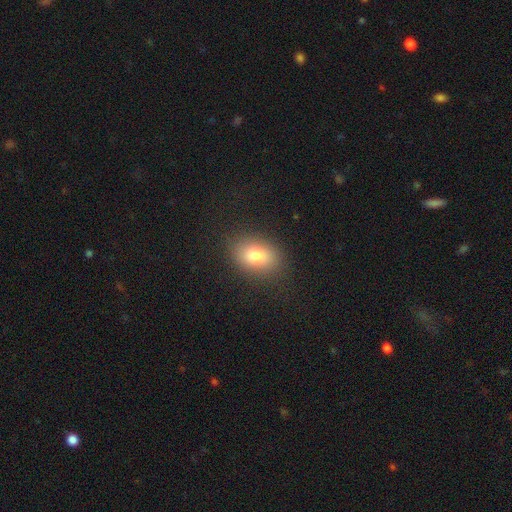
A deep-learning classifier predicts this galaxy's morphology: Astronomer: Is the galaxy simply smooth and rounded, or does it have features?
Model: smooth — 80%.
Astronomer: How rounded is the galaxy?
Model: in between — 77%.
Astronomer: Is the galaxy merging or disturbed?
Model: none — 85%.